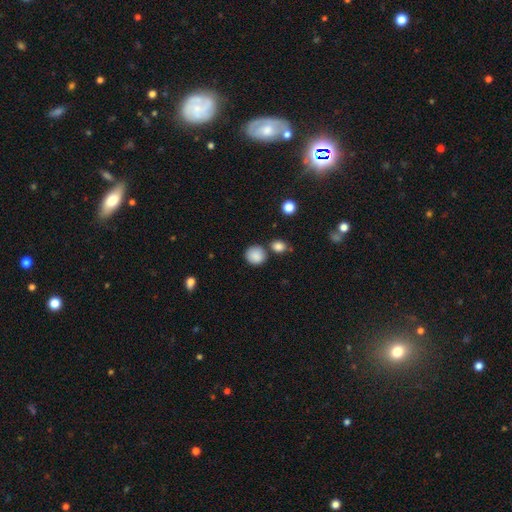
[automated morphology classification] Smooth or featured? smooth (87%)
How rounded? round (87%)
Merging? none (73%)